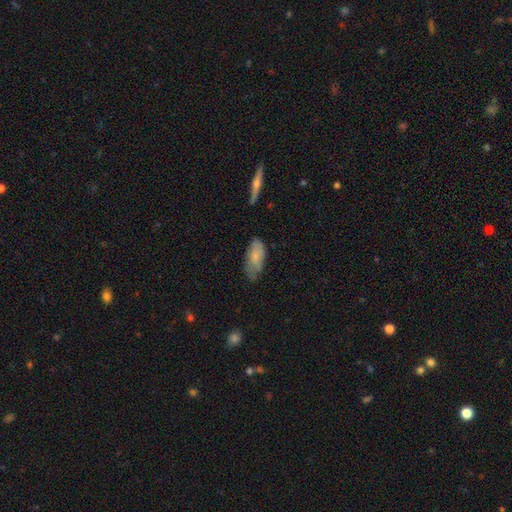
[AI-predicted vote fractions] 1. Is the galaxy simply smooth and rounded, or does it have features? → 68% smooth, 25% featured or disk, 6% star or artifact.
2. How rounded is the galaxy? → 87% in between, 11% cigar-shaped, 2% round.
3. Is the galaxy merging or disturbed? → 54% none, 35% minor disturbance, 9% major disturbance, 2% merger.